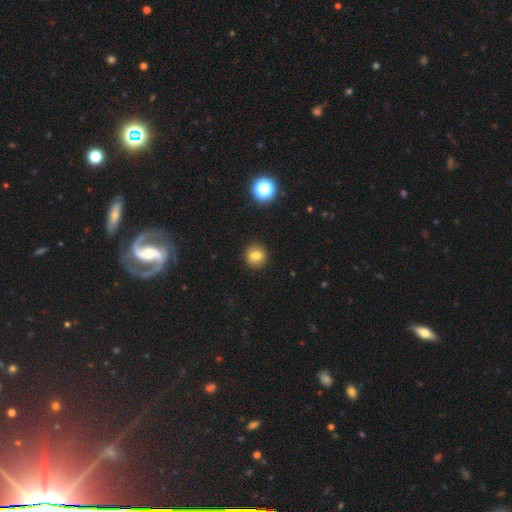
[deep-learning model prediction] smooth 75%, star or artifact 13%, featured or disk 12%. Down the decision tree: how rounded — round (86%); merging — none (91%).